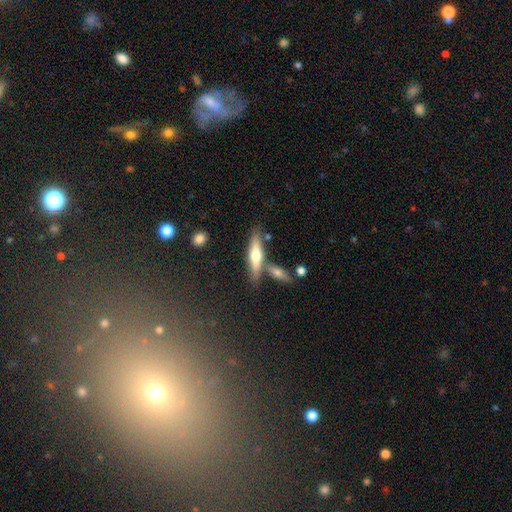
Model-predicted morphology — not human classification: A featured or disk galaxy (49%).

Vote fractions:
- Smooth or featured? featured or disk: 49% / smooth: 44% / star or artifact: 6%
- Merging? none: 68% / merger: 17% / minor disturbance: 11% / major disturbance: 3%